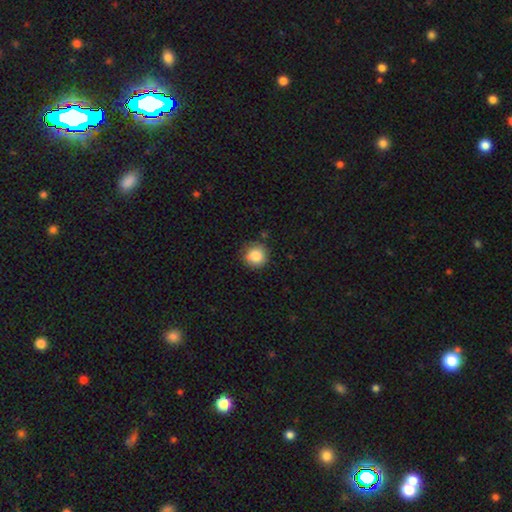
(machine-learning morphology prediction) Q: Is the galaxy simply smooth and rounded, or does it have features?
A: smooth — 84%.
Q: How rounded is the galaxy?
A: round — 92%.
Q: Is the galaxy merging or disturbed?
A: none — 80%.